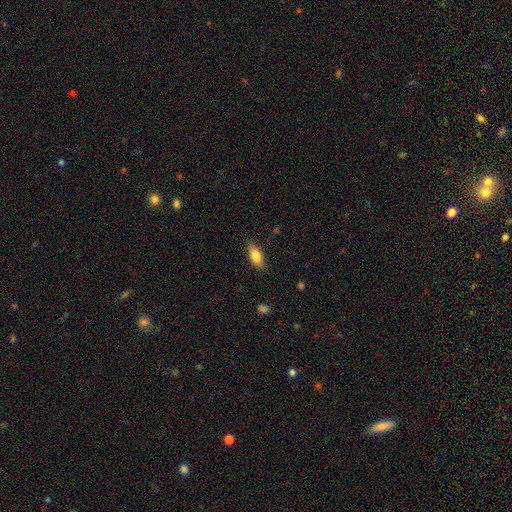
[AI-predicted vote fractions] Smooth or featured?
  - smooth: 81% *
  - featured or disk: 12%
  - star or artifact: 7%
How rounded?
  - in between: 83% *
  - cigar-shaped: 14%
  - round: 3%
Merging?
  - none: 83% *
  - minor disturbance: 13%
  - major disturbance: 3%
  - merger: 1%